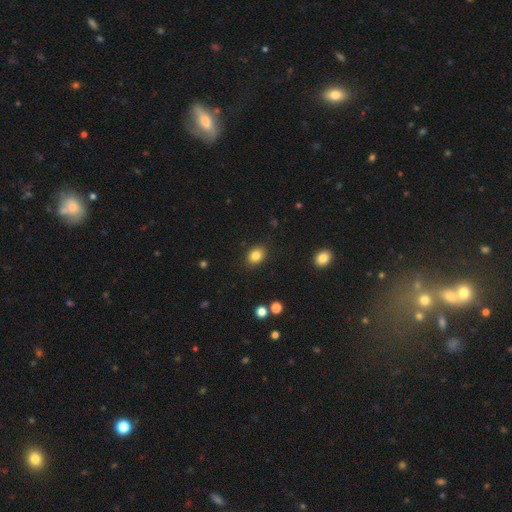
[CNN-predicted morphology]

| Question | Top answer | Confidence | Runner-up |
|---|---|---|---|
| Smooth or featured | smooth | 84% | star or artifact (10%) |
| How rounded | in between | 58% | round (41%) |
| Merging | none | 88% | minor disturbance (9%) |